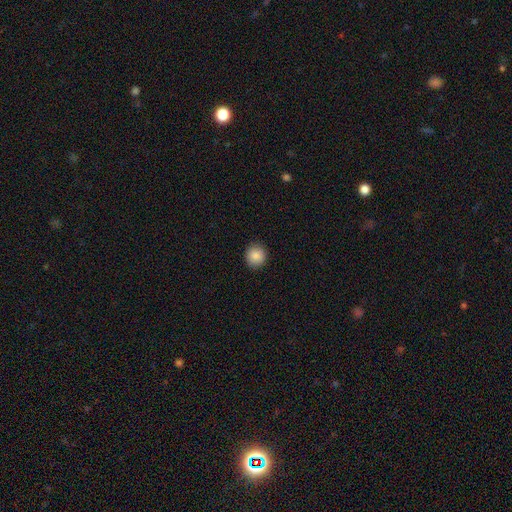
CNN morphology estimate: Overall: smooth (87%). How rounded: round (90%). Merging: none (91%).